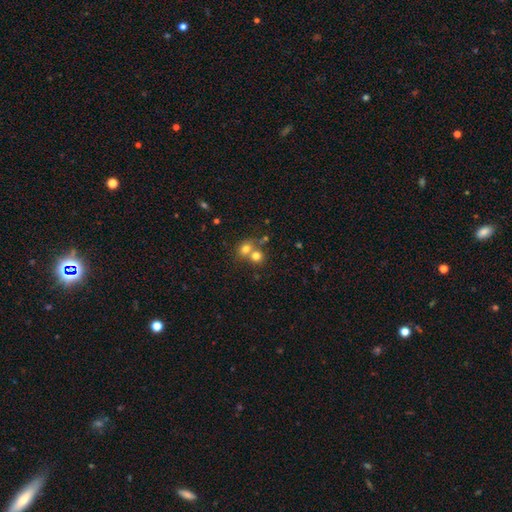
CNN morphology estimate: Smooth or featured? Predicted: smooth (p=0.73). How rounded? Predicted: round (p=0.78). Merging? Predicted: merger (p=0.52).